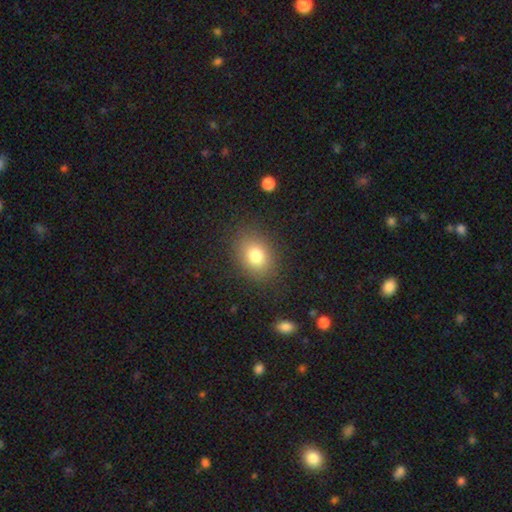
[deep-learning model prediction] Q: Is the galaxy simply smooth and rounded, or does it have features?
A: smooth — 79%.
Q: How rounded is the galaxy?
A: in between — 59%.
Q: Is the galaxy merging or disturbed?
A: none — 84%.